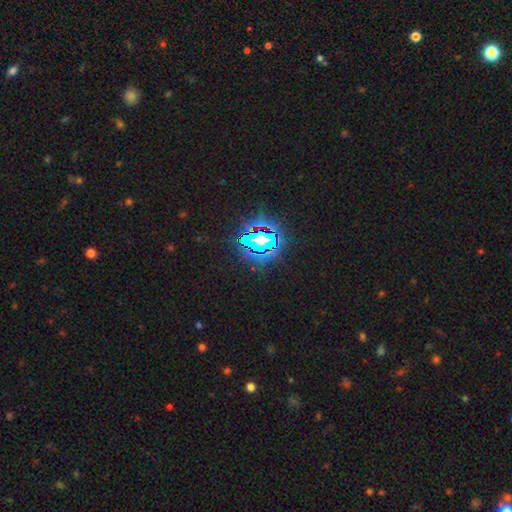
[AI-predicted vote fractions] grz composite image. It shows a star or artifact, not a galaxy (83%).